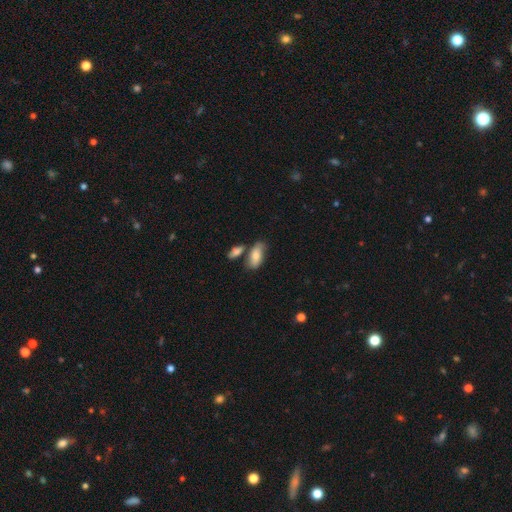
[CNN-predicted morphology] smooth-or-featured: smooth: 76% | featured or disk: 17% | star or artifact: 7%
  how-rounded: in between: 89% | cigar-shaped: 8% | round: 3%
  merging: none: 56% | merger: 21% | minor disturbance: 18% | major disturbance: 5%